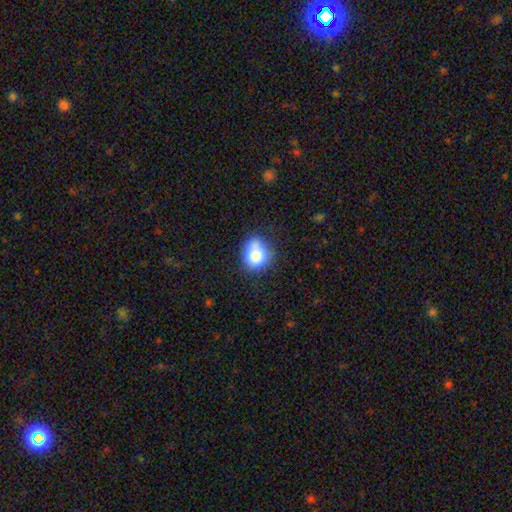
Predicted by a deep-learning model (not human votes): A smooth galaxy with no disk features (77%) that is round (64%).

Vote fractions:
- Smooth or featured? smooth: 77% / featured or disk: 13% / star or artifact: 10%
- How rounded? round: 64% / in between: 35% / cigar-shaped: 1%
- Merging? none: 61% / minor disturbance: 25% / merger: 8% / major disturbance: 6%